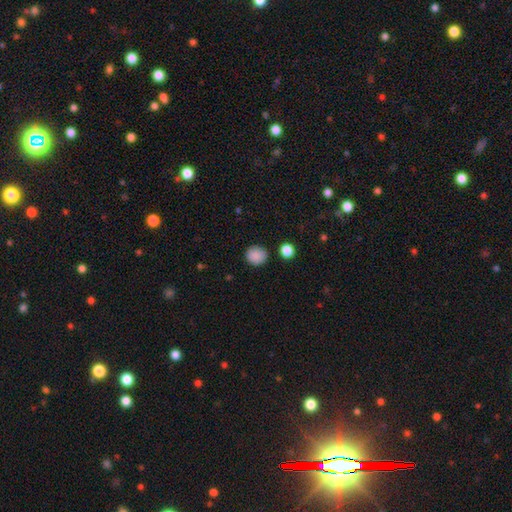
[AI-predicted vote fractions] Q: Smooth or featured?
A: smooth (88%); runner-up: star or artifact (9%)
Q: How rounded?
A: round (87%); runner-up: in between (12%)
Q: Merging?
A: none (87%); runner-up: minor disturbance (8%)